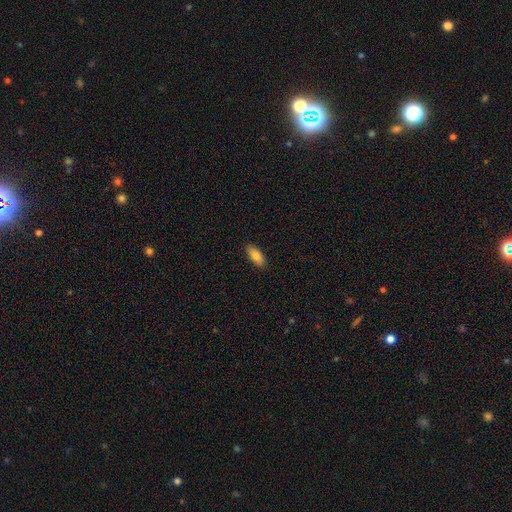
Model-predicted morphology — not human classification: A smooth galaxy with no disk features (82%) that is in between round and cigar-shaped (84%).

Vote fractions:
- Smooth or featured? smooth: 82% / featured or disk: 12% / star or artifact: 6%
- How rounded? in between: 84% / cigar-shaped: 14% / round: 2%
- Merging? none: 89% / minor disturbance: 8% / major disturbance: 2% / merger: 1%